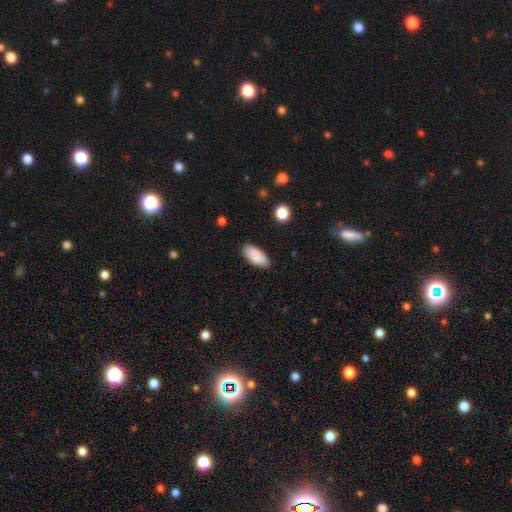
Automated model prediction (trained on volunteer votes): Smooth or featured?
  - smooth: 89% *
  - star or artifact: 6%
  - featured or disk: 5%
How rounded?
  - in between: 89% *
  - cigar-shaped: 10%
  - round: 2%
Merging?
  - none: 87% *
  - minor disturbance: 10%
  - major disturbance: 2%
  - merger: 1%